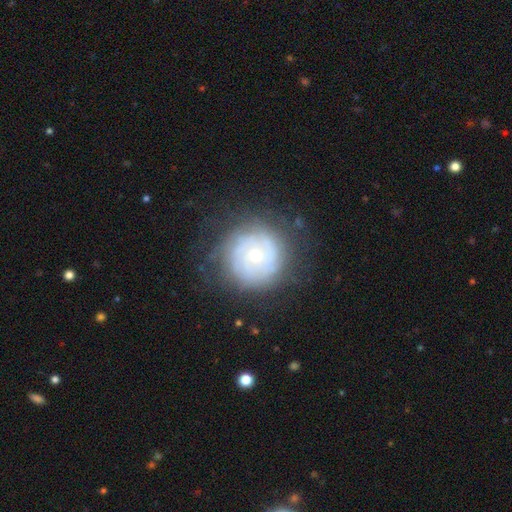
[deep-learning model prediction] The model was most divided on "bulge size": small: 48%, moderate: 46%, large: 3%, none: 1%, dominant: 1%. More confident: edge-on disk — no (98%); bar — no (81%); spiral arms — yes (80%); merging — none (75%); spiral winding — tight (74%); smooth or featured — featured or disk (67%); spiral arm count — can't tell (51%).